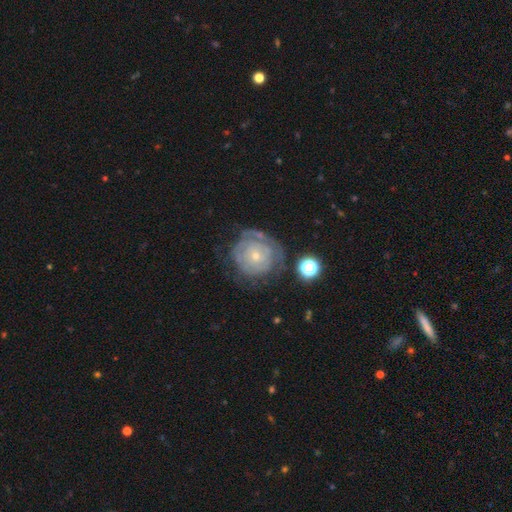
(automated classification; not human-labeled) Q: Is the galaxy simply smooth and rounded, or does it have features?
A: featured or disk — 66%.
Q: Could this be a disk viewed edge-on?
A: no — 97%.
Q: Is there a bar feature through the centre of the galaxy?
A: no — 85%.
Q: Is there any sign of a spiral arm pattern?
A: yes — 68%.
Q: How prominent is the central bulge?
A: small — 72%.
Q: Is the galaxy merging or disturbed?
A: none — 60%.